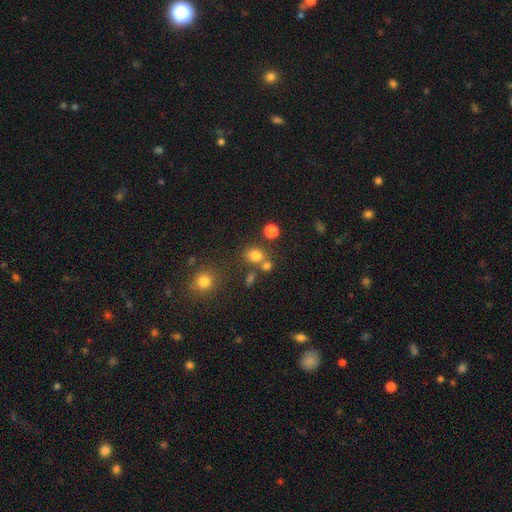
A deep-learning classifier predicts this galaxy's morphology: Smooth or featured? smooth (76%)
How rounded? round (62%)
Merging? none (61%)